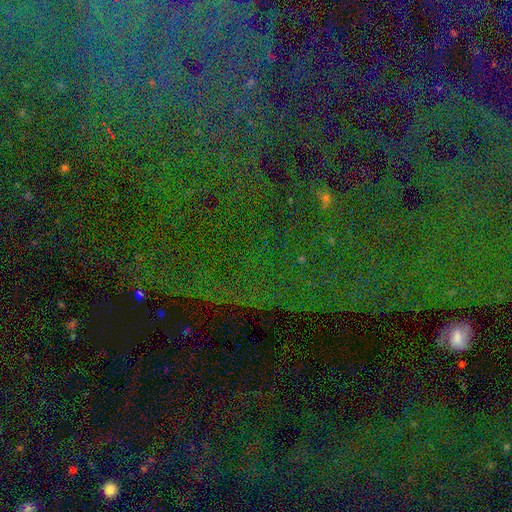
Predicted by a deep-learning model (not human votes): Smooth or featured? Predicted: star or artifact (p=0.80).